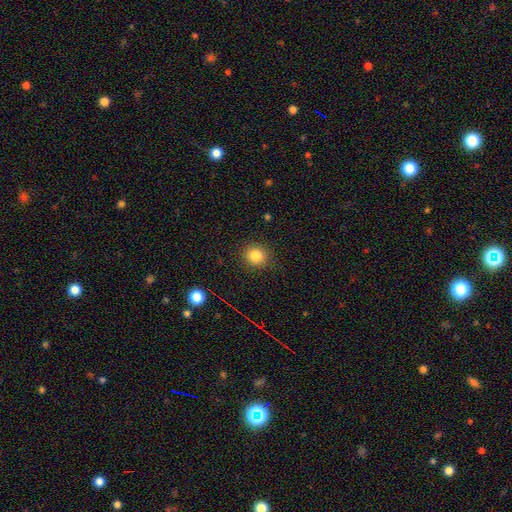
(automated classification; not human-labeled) Smooth or featured: smooth — 83% (star or artifact — 12%)
How rounded: round — 87% (in between — 12%)
Merging: none — 89% (minor disturbance — 8%)